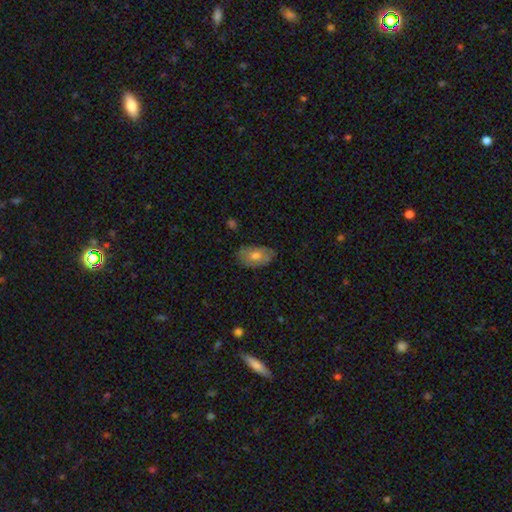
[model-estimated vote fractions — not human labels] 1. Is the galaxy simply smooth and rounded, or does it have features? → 70% smooth, 23% featured or disk, 7% star or artifact.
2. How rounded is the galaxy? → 90% in between, 9% round, 1% cigar-shaped.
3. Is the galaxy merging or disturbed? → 73% none, 22% minor disturbance, 4% major disturbance, 1% merger.